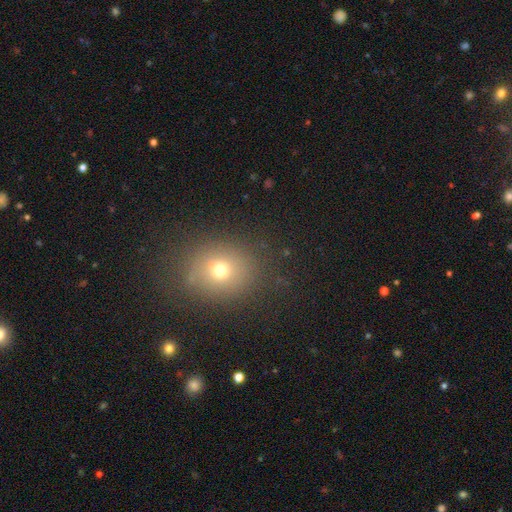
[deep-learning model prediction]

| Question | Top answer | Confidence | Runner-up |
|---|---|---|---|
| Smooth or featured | smooth | 65% | star or artifact (24%) |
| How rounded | round | 62% | in between (37%) |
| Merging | none | 84% | minor disturbance (10%) |